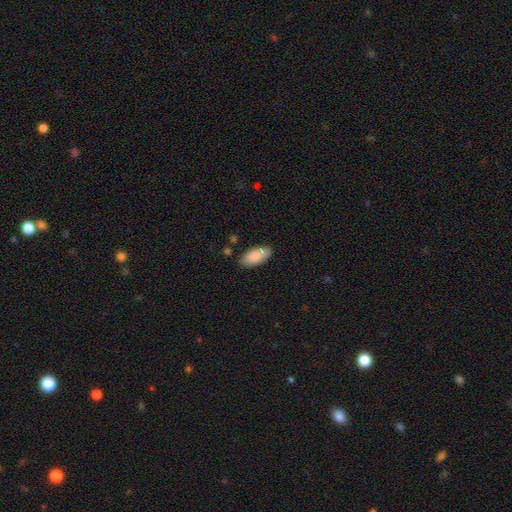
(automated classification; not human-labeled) The model was most divided on "merging": none: 75%, minor disturbance: 17%, merger: 5%, major disturbance: 3%. More confident: how rounded — in between (91%); smooth or featured — smooth (86%).